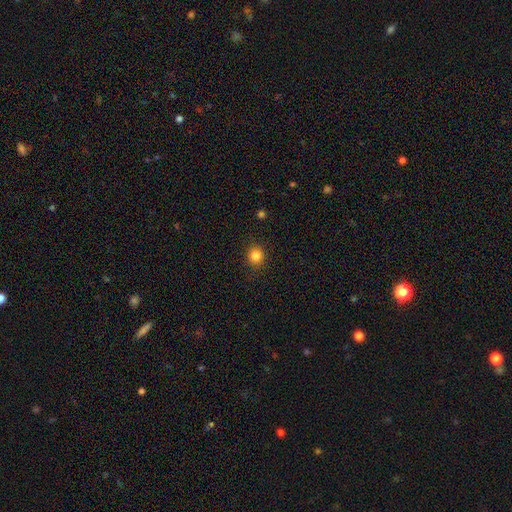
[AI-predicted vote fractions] Morphology: type=smooth (84%); roundness=round (89%); merging=none (88%).